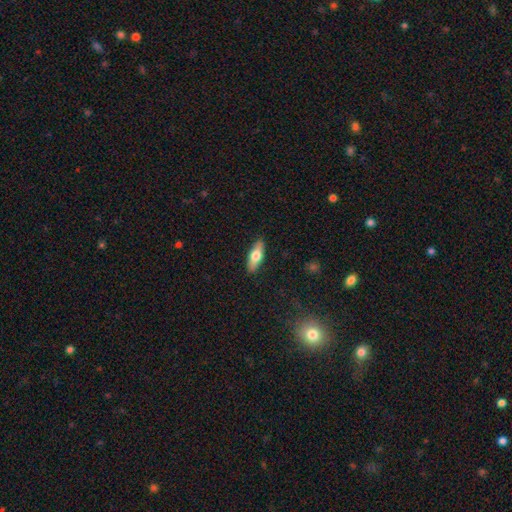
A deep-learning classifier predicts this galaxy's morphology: Smooth or featured? Predicted: smooth (p=0.61). How rounded? Predicted: in between (p=0.60). Merging? Predicted: none (p=0.89).